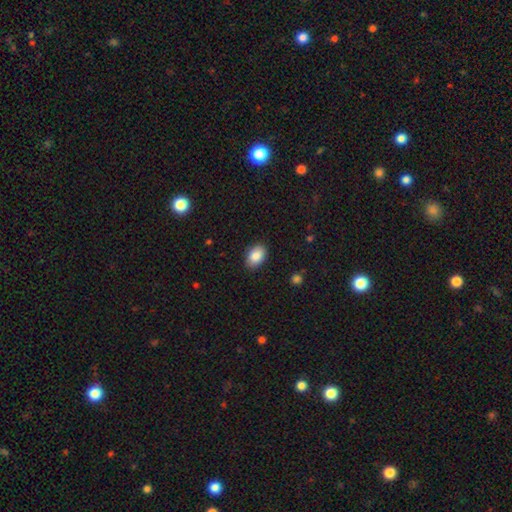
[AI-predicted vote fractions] Smooth or featured? smooth (87%)
How rounded? in between (87%)
Merging? none (88%)